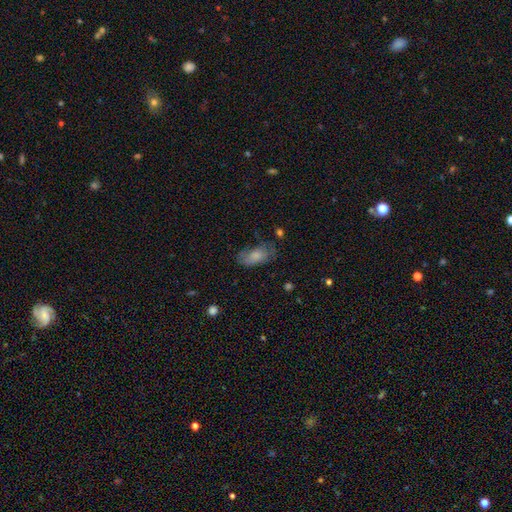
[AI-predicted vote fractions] smooth 76%, featured or disk 17%, star or artifact 7%. Down the decision tree: how rounded — in between (90%); merging — none (58%).